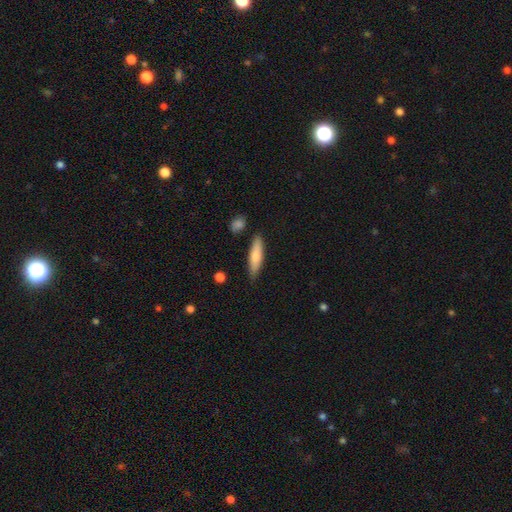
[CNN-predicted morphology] smooth 76%, featured or disk 19%, star or artifact 6%. Down the decision tree: how rounded — cigar-shaped (71%); merging — none (84%).